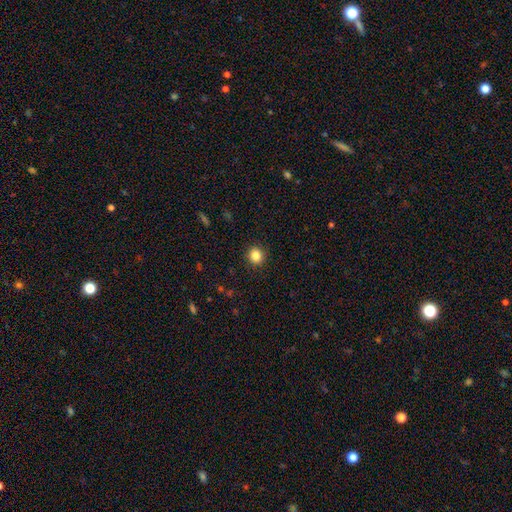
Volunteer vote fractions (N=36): A smooth galaxy with no disk features (94%) that is round (91%).

Vote fractions:
- Smooth or featured? smooth: 94% / star or artifact: 6% / featured or disk: 0%
- How rounded? round: 91% / in between: 9% / cigar-shaped: 0%
- Merging? none: 85% / minor disturbance: 12% / merger: 3% / major disturbance: 0%